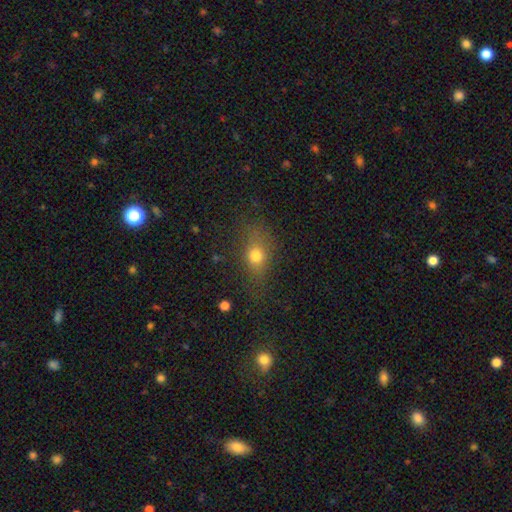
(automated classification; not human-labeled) smooth_or_featured: smooth (p=0.71) [alt: star or artifact p=0.15]
how_rounded: in between (p=0.57) [alt: round p=0.35]
merging: none (p=0.71) [alt: minor disturbance p=0.18]